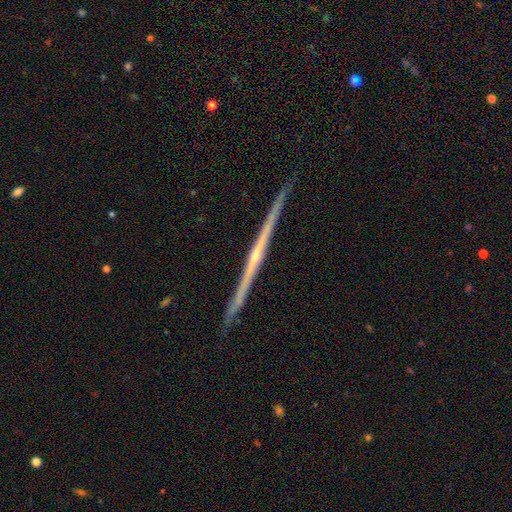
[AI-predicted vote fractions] A featured or disk galaxy (86%) viewed edge-on (99%) with a rounded central bulge (59%). Merging: none (92%).